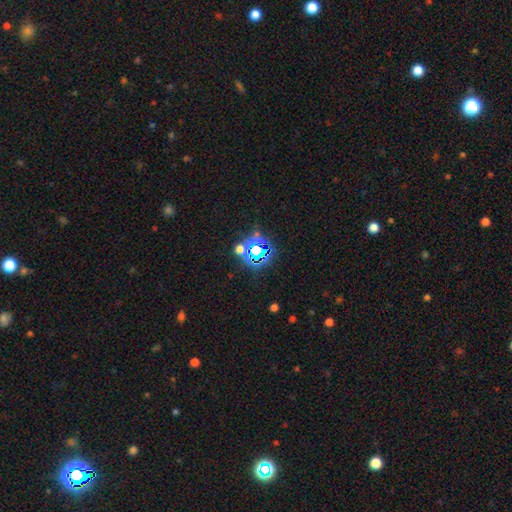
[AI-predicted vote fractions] This is likely a star or artifact rather than a galaxy (77%).